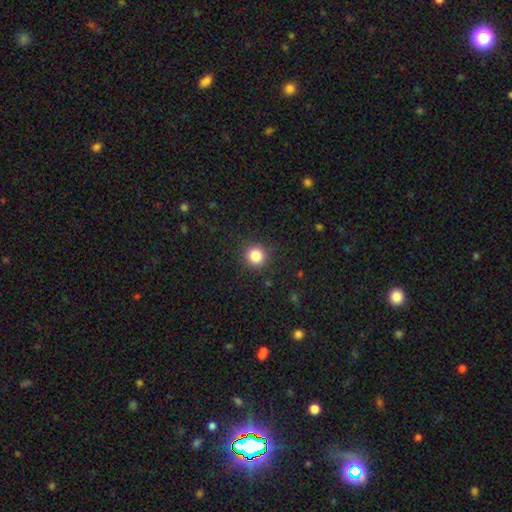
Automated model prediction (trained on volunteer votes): smooth-or-featured: smooth: 84% | star or artifact: 11% | featured or disk: 5%
  how-rounded: round: 93% | in between: 6% | cigar-shaped: 1%
  merging: none: 90% | minor disturbance: 6% | major disturbance: 2% | merger: 1%